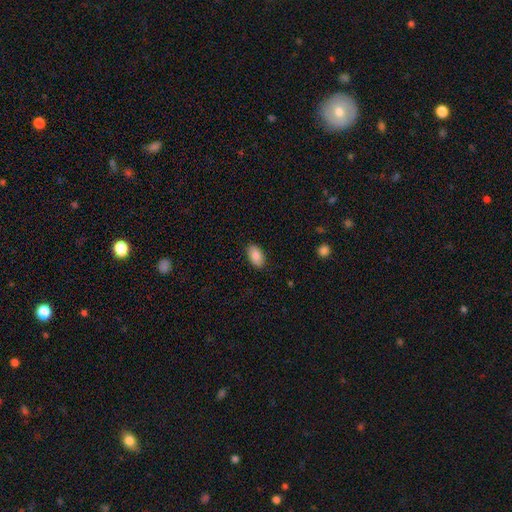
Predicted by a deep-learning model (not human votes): Morphology: type=smooth (85%); roundness=in between (93%); merging=none (88%).